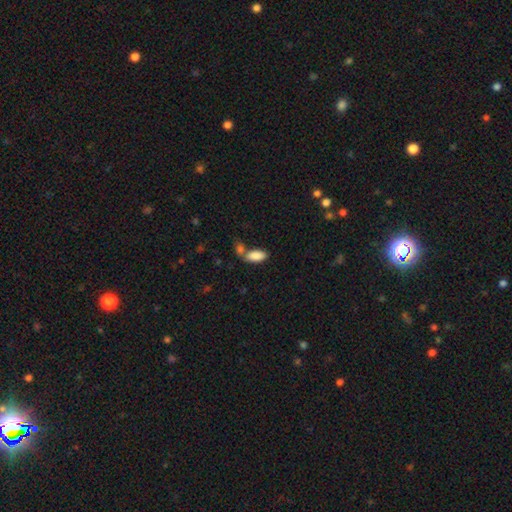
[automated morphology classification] A smooth galaxy with no disk features (87%) that is in between round and cigar-shaped (90%). Merging: none (51%).